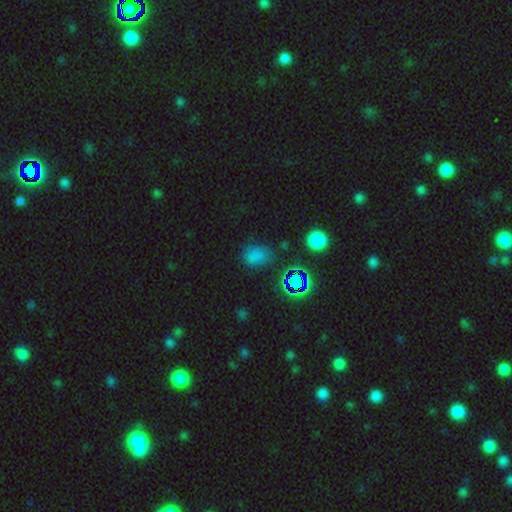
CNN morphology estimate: Overall: smooth (60%; star or artifact 34%). How rounded: in between (56%; round 42%). Merging: none (74%).